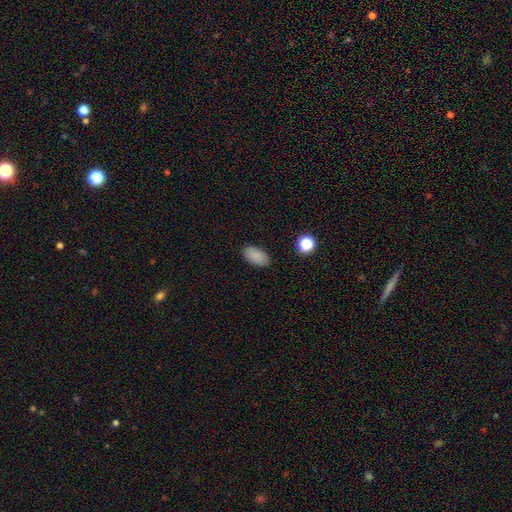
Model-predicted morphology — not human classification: Q: Smooth or featured?
A: smooth (87%); runner-up: star or artifact (9%)
Q: How rounded?
A: in between (93%); runner-up: round (5%)
Q: Merging?
A: none (87%); runner-up: minor disturbance (9%)